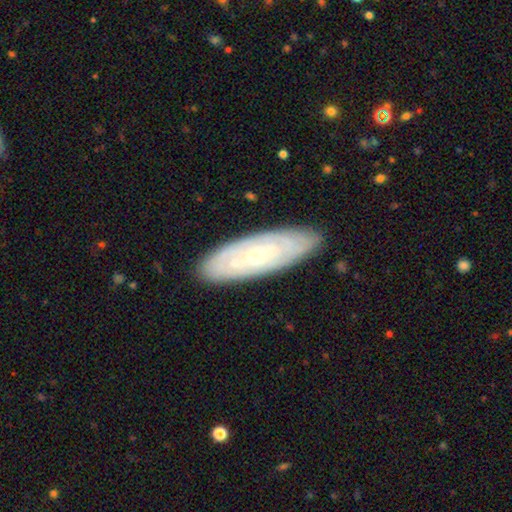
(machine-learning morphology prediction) A featured or disk galaxy (74%) with no bar (83%), spiral arms (76%) and a small central bulge (54%).

Vote fractions:
- Smooth or featured? featured or disk: 74% / smooth: 20% / star or artifact: 6%
- Edge-on disk? no: 83% / yes: 17%
- Bar? no: 83% / weak: 13% / strong: 4%
- Spiral arms? yes: 76% / no: 24%
- Bulge size? small: 54% / moderate: 43% / large: 1% / none: 1% / dominant: 1%
- Merging? none: 85% / minor disturbance: 12% / major disturbance: 2% / merger: 1%